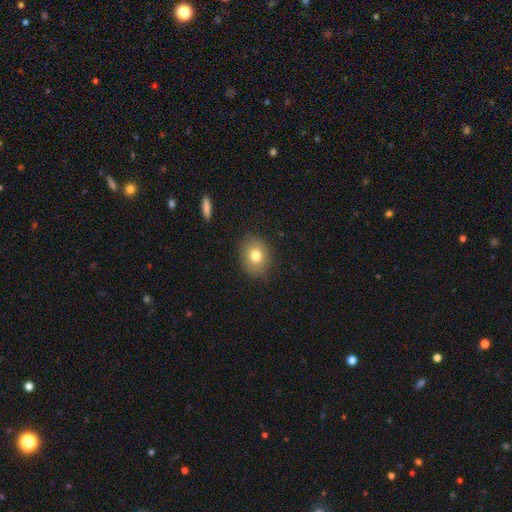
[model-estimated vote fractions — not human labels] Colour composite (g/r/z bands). It shows a smooth galaxy with no disk features (77%) that is round (53%). Merging: none (87%).